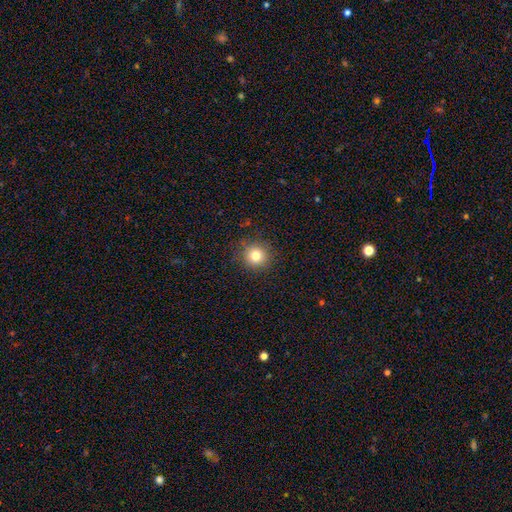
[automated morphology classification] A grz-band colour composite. It shows a smooth galaxy with no disk features (80%) that is round (93%). Merging: none (88%).